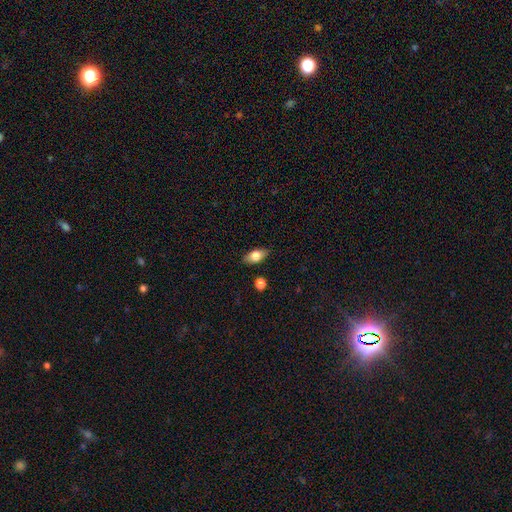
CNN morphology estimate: Q: Smooth or featured?
A: smooth (75%); runner-up: featured or disk (18%)
Q: How rounded?
A: in between (86%); runner-up: cigar-shaped (8%)
Q: Merging?
A: none (83%); runner-up: minor disturbance (12%)